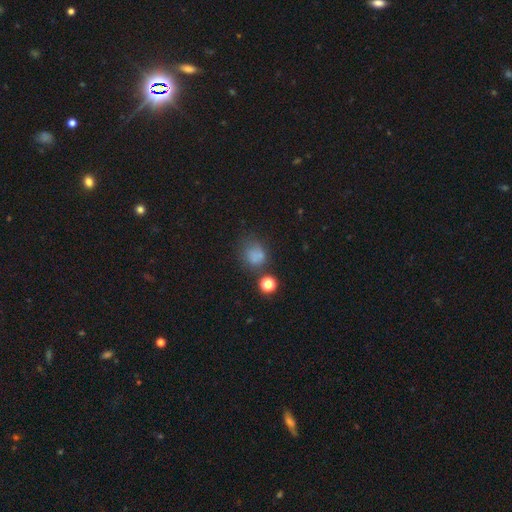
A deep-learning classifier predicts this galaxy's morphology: Q: Smooth or featured?
A: smooth (73%); runner-up: star or artifact (18%)
Q: How rounded?
A: round (68%); runner-up: in between (31%)
Q: Merging?
A: none (53%); runner-up: minor disturbance (21%)